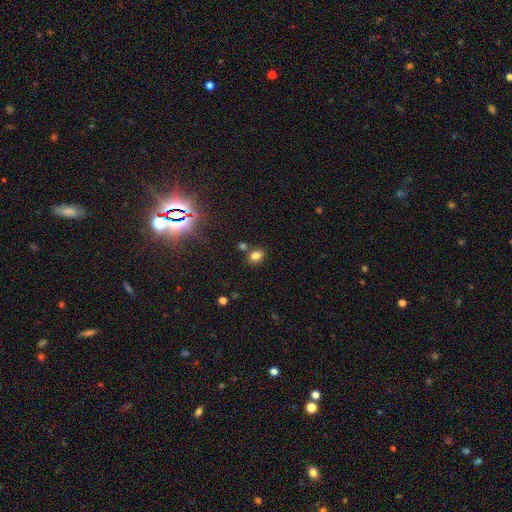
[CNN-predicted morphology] This is likely a smooth galaxy (78%). How rounded: possibly in between (52%). Merging: likely none (70%).